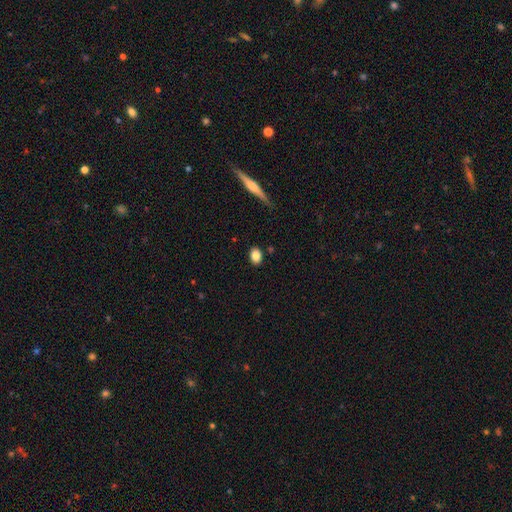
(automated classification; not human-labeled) A smooth galaxy with no disk features (85%) that is in between round and cigar-shaped (72%).

Vote fractions:
- Smooth or featured? smooth: 85% / star or artifact: 9% / featured or disk: 7%
- How rounded? in between: 72% / round: 26% / cigar-shaped: 2%
- Merging? none: 87% / minor disturbance: 9% / major disturbance: 2% / merger: 2%